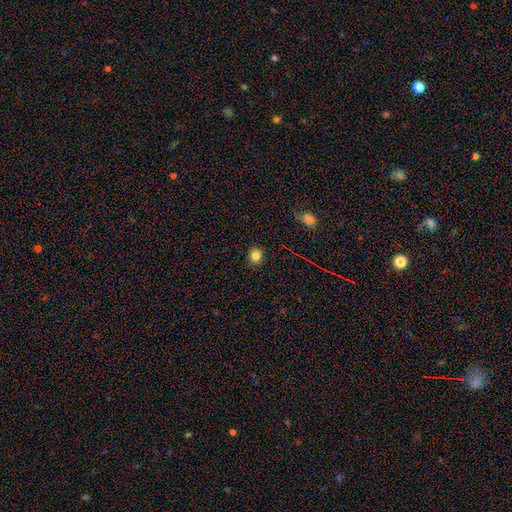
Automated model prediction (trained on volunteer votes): The model was most divided on "how rounded": round: 78%, in between: 20%, cigar-shaped: 1%. More confident: merging — none (89%); smooth or featured — smooth (81%).